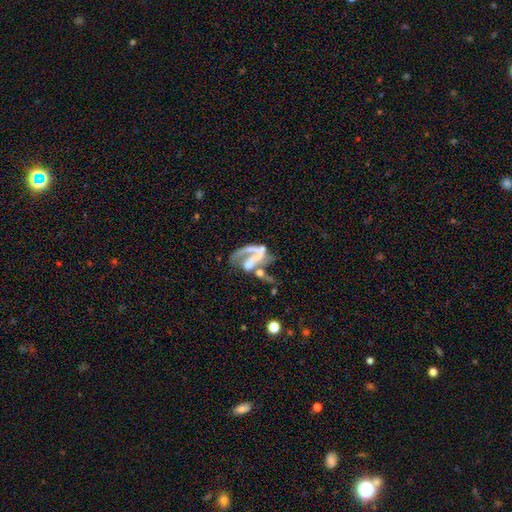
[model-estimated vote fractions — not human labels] Smooth or featured? featured or disk (73%)
Edge-on disk? no (97%)
Bar? no (53%)
Spiral arms? yes (65%)
Bulge size? none (55%)
Merging? major disturbance (37%)